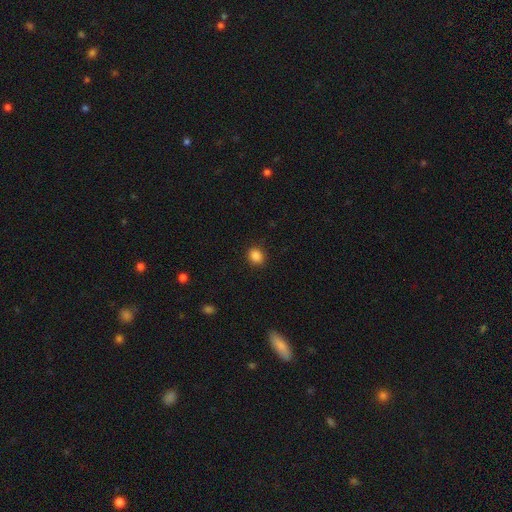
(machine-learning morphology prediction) A smooth galaxy with no disk features (86%) that is round (71%). Merging: none (91%).